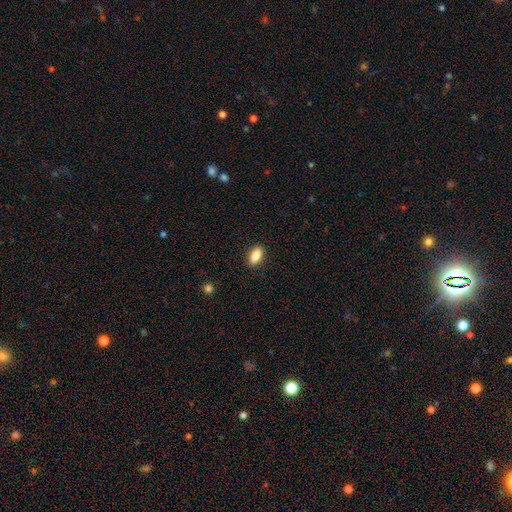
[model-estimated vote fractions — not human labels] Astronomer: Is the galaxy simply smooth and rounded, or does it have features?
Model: smooth — 86%.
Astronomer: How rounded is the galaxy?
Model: in between — 87%.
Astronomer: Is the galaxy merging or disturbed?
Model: none — 89%.